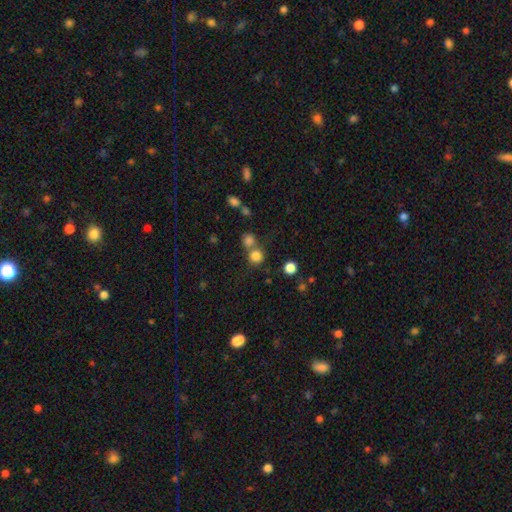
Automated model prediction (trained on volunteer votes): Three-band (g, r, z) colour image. It shows a smooth galaxy with no disk features (80%) that is round (90%). Merging: none (60%).